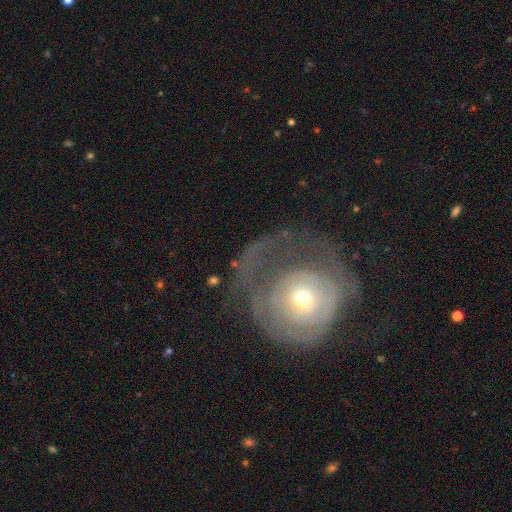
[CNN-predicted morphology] A featured or disk galaxy (62%) with no bar (80%), spiral arms (56%) and a moderate central bulge (50%).

Vote fractions:
- Smooth or featured? featured or disk: 62% / smooth: 27% / star or artifact: 12%
- Edge-on disk? no: 96% / yes: 4%
- Bar? no: 80% / weak: 15% / strong: 5%
- Spiral arms? yes: 56% / no: 44%
- Bulge size? moderate: 50% / small: 42% / large: 5% / dominant: 2% / none: 1%
- Merging? none: 47% / major disturbance: 32% / minor disturbance: 17% / merger: 3%